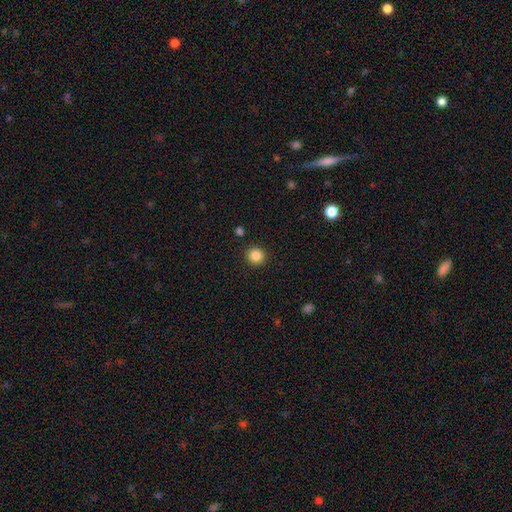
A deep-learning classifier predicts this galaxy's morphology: This appears to be a smooth galaxy with no disk features (85%) that is round (93%). Merging: none (92%).